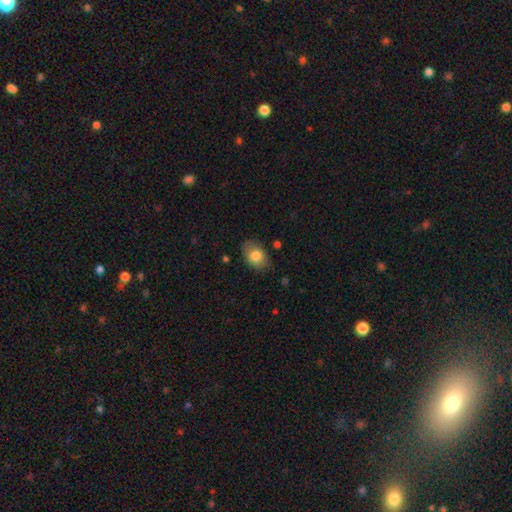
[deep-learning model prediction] A smooth galaxy with no disk features (79%) that is in between round and cigar-shaped (80%).

Vote fractions:
- Smooth or featured? smooth: 79% / featured or disk: 13% / star or artifact: 7%
- How rounded? in between: 80% / round: 19% / cigar-shaped: 1%
- Merging? none: 79% / minor disturbance: 16% / major disturbance: 4% / merger: 1%